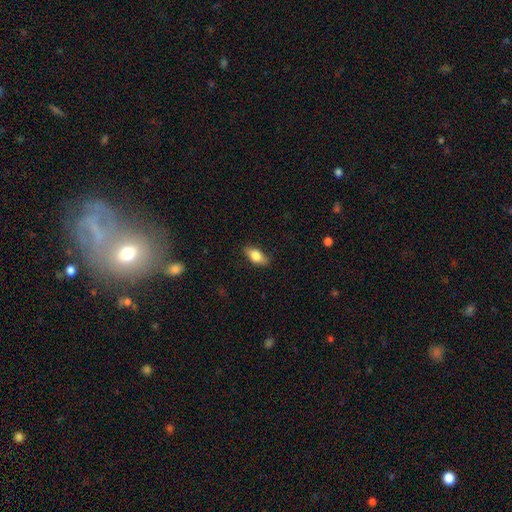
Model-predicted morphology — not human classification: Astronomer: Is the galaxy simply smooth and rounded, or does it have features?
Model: smooth — 77%.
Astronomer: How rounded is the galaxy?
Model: in between — 84%.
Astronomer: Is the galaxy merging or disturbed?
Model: none — 85%.